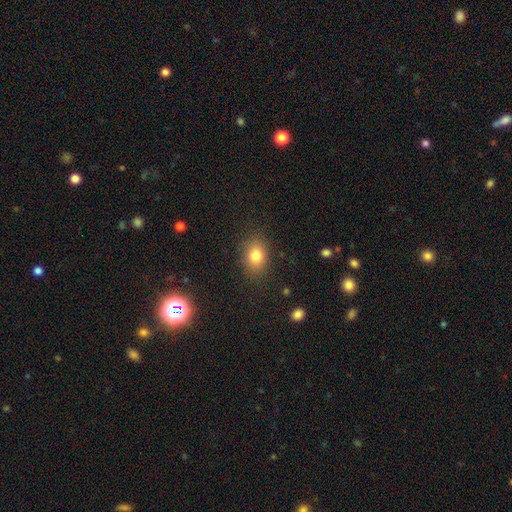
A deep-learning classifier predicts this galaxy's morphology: This appears to be a smooth galaxy with no disk features (81%) that is in between round and cigar-shaped (60%). Merging: none (84%).